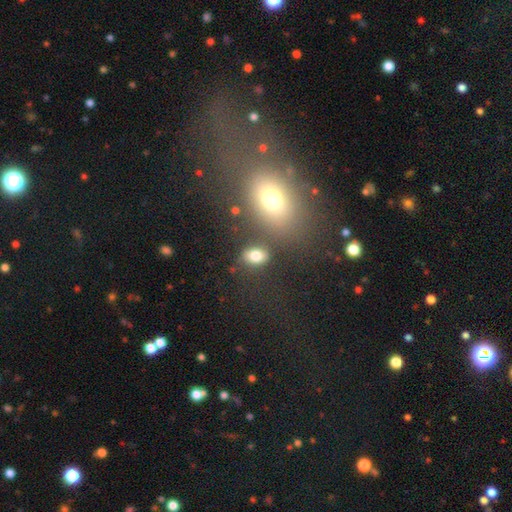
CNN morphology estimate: smooth 77%, star or artifact 12%, featured or disk 11%. Down the decision tree: how rounded — in between (77%); merging — none (73%).